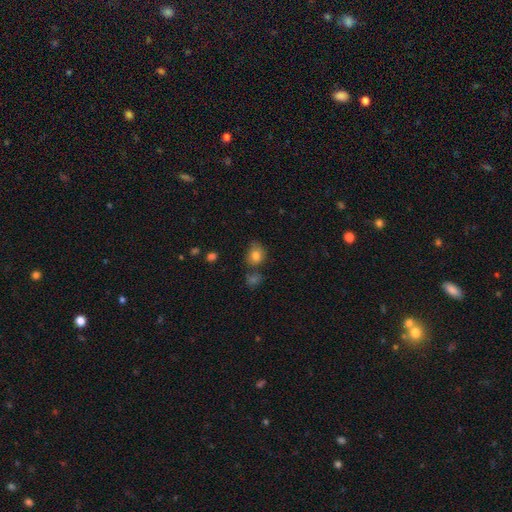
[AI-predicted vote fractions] Overall: smooth (81%). How rounded: round (56%; in between 43%). Merging: none (58%; minor disturbance 22%).